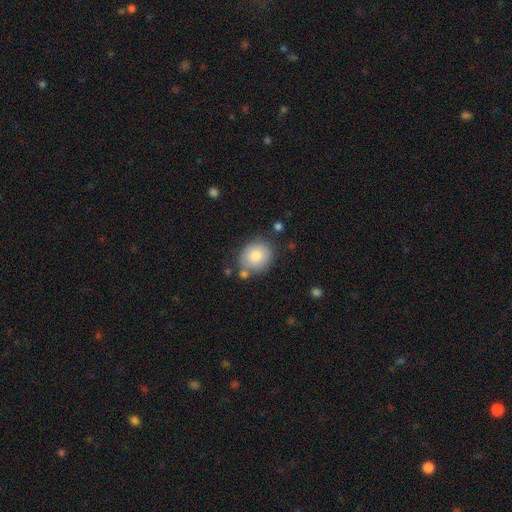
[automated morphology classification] The model was most divided on "how rounded": round: 68%, in between: 31%, cigar-shaped: 1%. More confident: smooth or featured — smooth (79%); merging — none (74%).